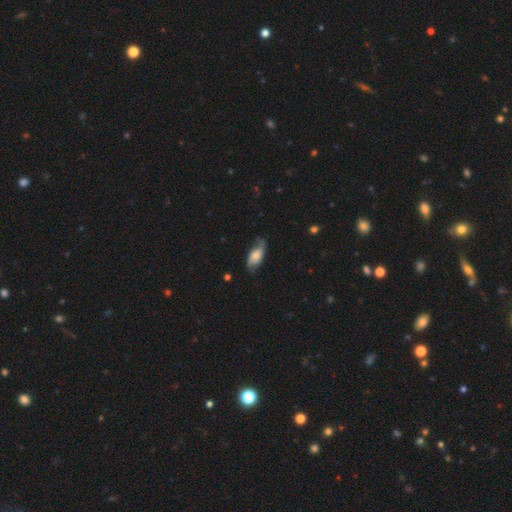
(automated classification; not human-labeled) Smooth or featured? Predicted: featured or disk (p=0.52). Edge-on disk? Predicted: no (p=0.86). Merging? Predicted: none (p=0.60).